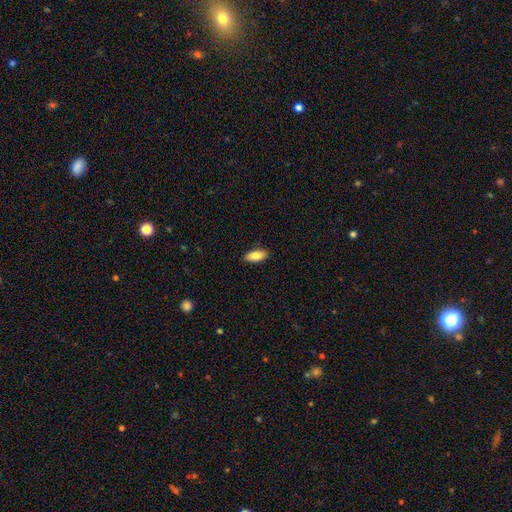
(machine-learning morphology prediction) Overall: smooth (86%). How rounded: in between (85%). Merging: none (87%).